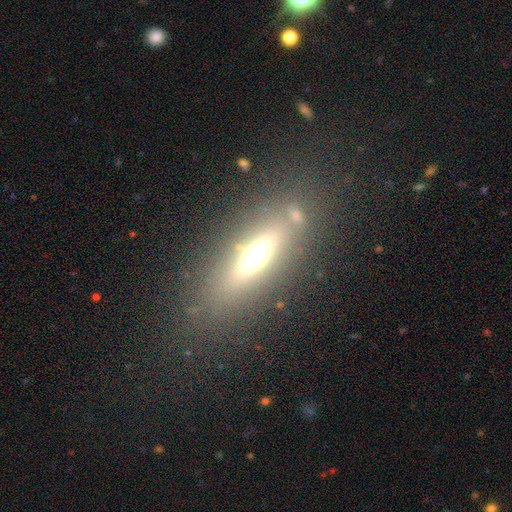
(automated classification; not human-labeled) Morphology: type=featured or disk (48%); merging=none (75%).